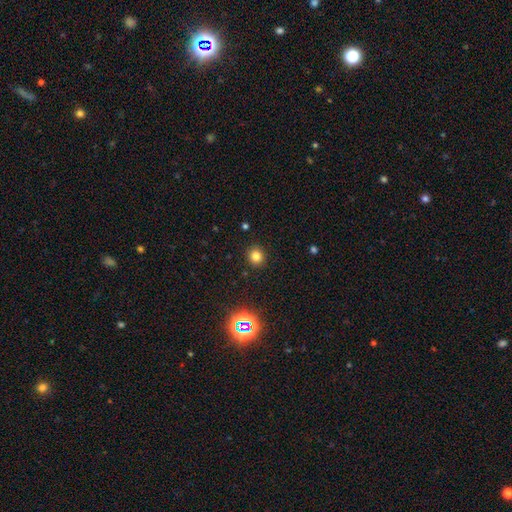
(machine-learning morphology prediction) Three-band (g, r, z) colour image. It shows a smooth galaxy with no disk features (77%) that is round (85%). Merging: none (90%).